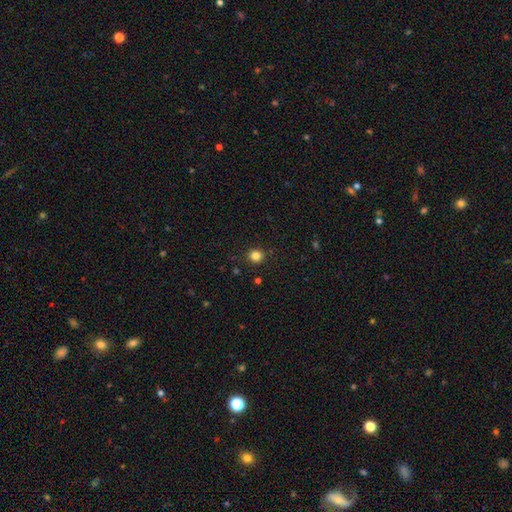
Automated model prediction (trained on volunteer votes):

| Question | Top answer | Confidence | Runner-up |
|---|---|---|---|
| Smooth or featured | smooth | 83% | star or artifact (13%) |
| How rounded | round | 92% | in between (7%) |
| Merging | none | 91% | minor disturbance (6%) |